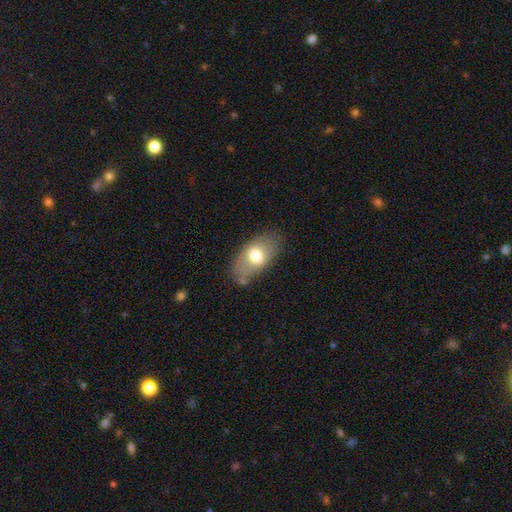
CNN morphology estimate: smooth 67%, featured or disk 26%, star or artifact 8%. Down the decision tree: how rounded — in between (89%); merging — none (71%).